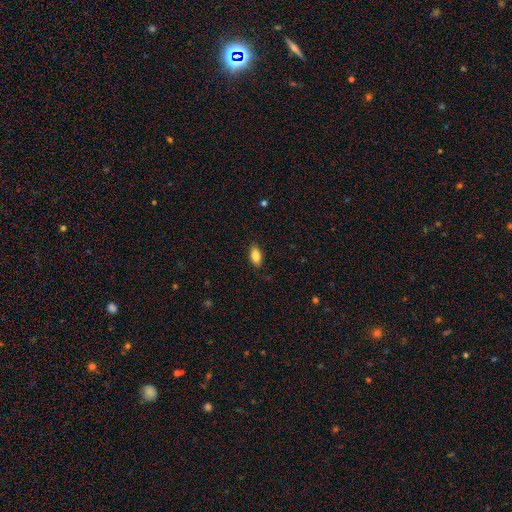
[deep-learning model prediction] A smooth galaxy with no disk features (86%) that is in between round and cigar-shaped (91%). Merging: none (86%).